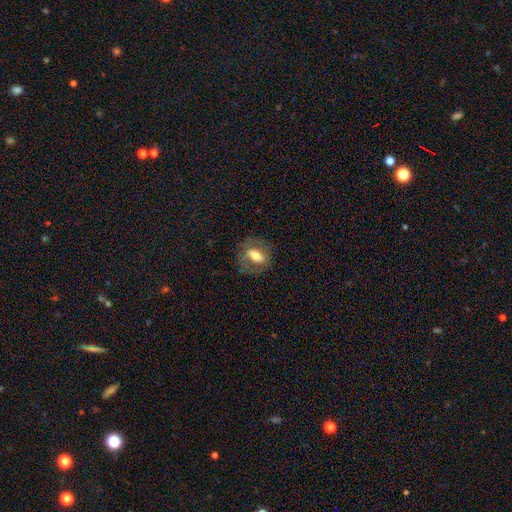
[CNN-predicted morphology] This appears to be a smooth galaxy with no disk features (51%) that is in between round and cigar-shaped (71%). Merging: none (73%).